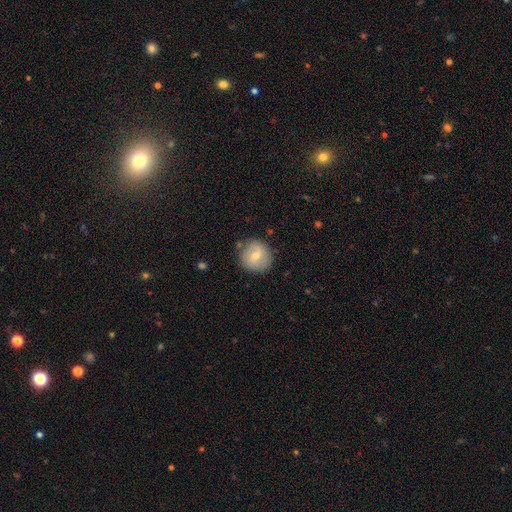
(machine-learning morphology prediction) Q: Smooth or featured?
A: smooth (67%); runner-up: featured or disk (26%)
Q: How rounded?
A: round (92%); runner-up: in between (7%)
Q: Merging?
A: none (84%); runner-up: minor disturbance (11%)